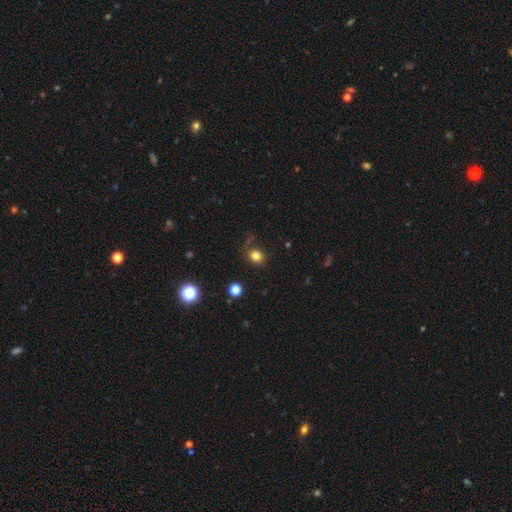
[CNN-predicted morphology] smooth 79%, star or artifact 15%, featured or disk 6%. Down the decision tree: how rounded — round (73%); merging — none (77%).